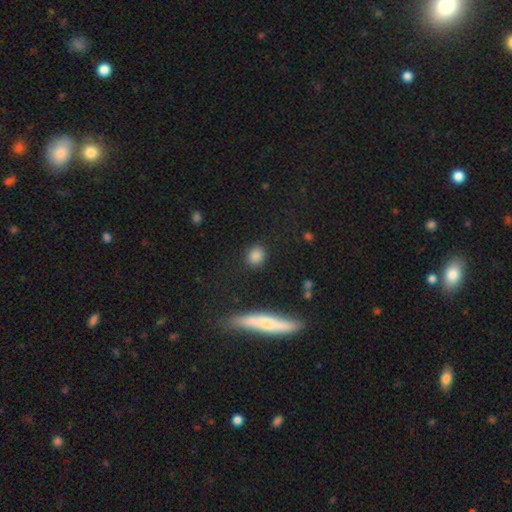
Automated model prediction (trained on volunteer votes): Smooth or featured?
  - smooth: 84% *
  - star or artifact: 10%
  - featured or disk: 6%
How rounded?
  - round: 64% *
  - in between: 33%
  - cigar-shaped: 3%
Merging?
  - none: 88% *
  - minor disturbance: 8%
  - major disturbance: 3%
  - merger: 2%